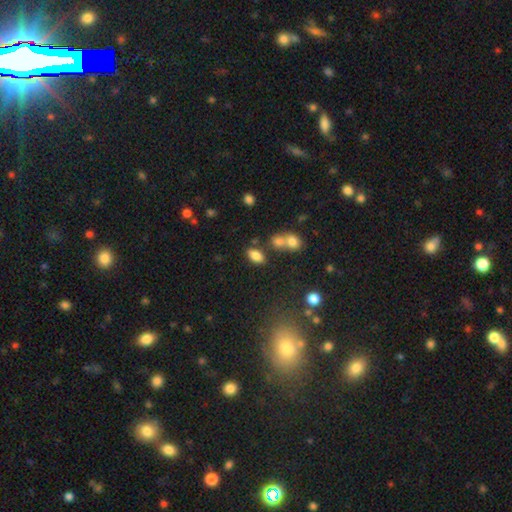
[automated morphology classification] Overall: smooth (81%). How rounded: in between (90%). Merging: none (72%).